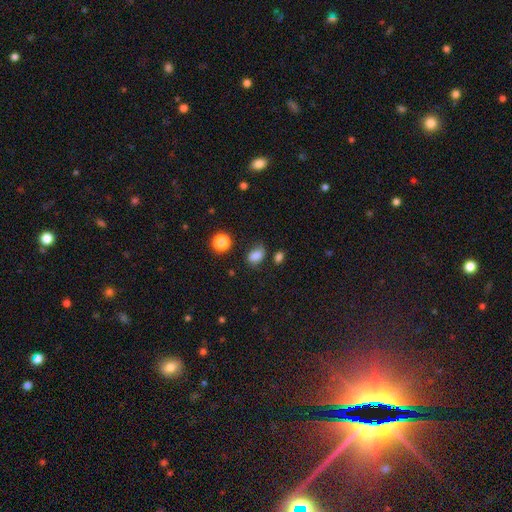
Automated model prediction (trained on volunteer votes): This appears to be a smooth galaxy with no disk features (79%) that is in between round and cigar-shaped (76%). Merging: none (62%).